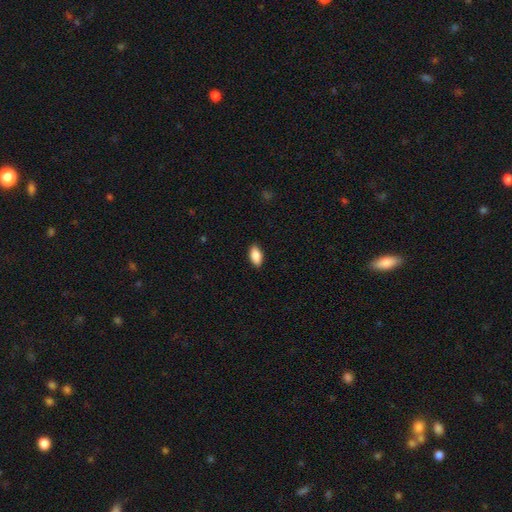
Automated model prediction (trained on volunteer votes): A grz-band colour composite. It shows a smooth galaxy with no disk features (86%) that is in between round and cigar-shaped (91%). Merging: none (89%).